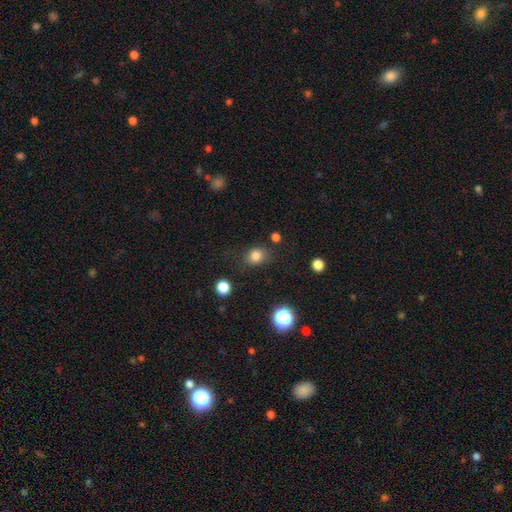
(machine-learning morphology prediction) A smooth galaxy with no disk features (81%) that is round (54%). Merging: none (72%).